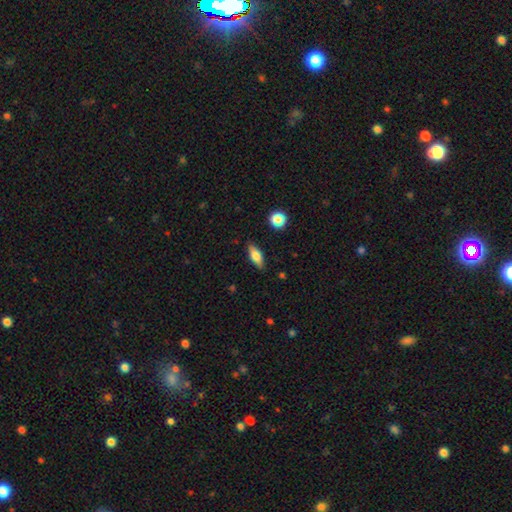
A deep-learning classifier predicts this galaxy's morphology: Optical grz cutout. It shows a smooth galaxy with no disk features (72%) that is in between round and cigar-shaped (74%). Merging: none (85%).